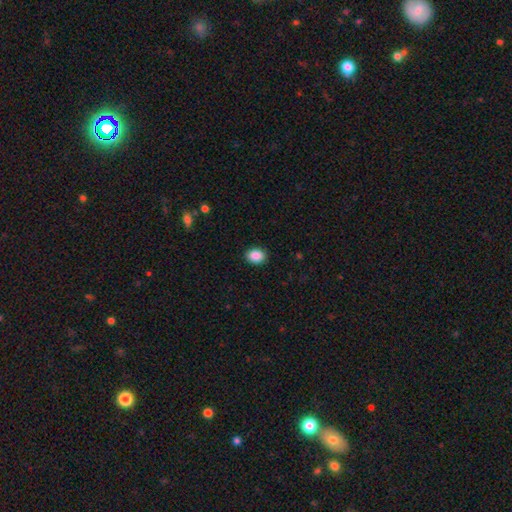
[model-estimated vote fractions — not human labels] smooth-or-featured: smooth: 89% | star or artifact: 8% | featured or disk: 3%
  how-rounded: in between: 59% | round: 40% | cigar-shaped: 1%
  merging: none: 90% | minor disturbance: 7% | major disturbance: 2% | merger: 1%